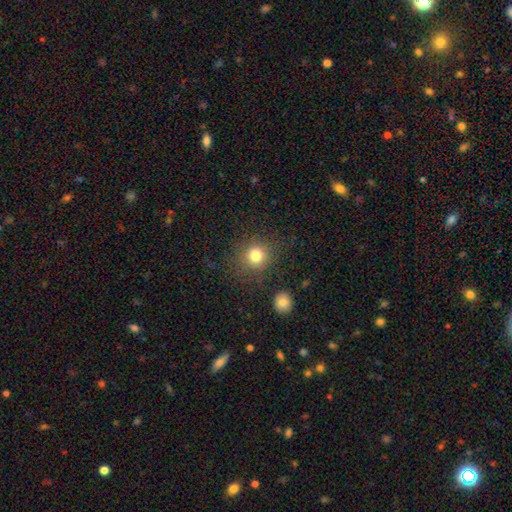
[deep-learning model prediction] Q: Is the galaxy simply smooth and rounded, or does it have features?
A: smooth — 81%.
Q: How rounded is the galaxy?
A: round — 87%.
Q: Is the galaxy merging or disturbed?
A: none — 82%.